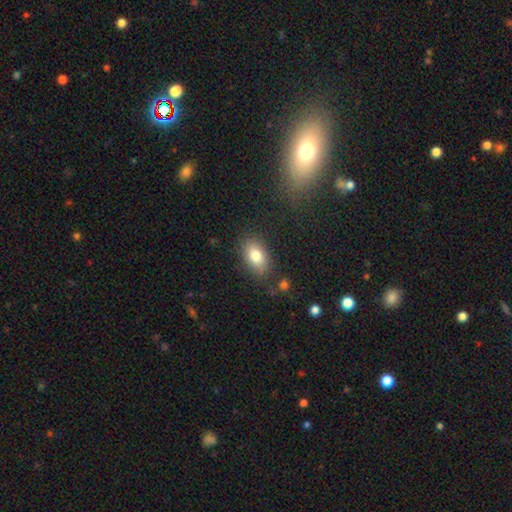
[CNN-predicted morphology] Q: Smooth or featured?
A: smooth (81%); runner-up: featured or disk (11%)
Q: How rounded?
A: in between (87%); runner-up: round (11%)
Q: Merging?
A: none (81%); runner-up: minor disturbance (12%)